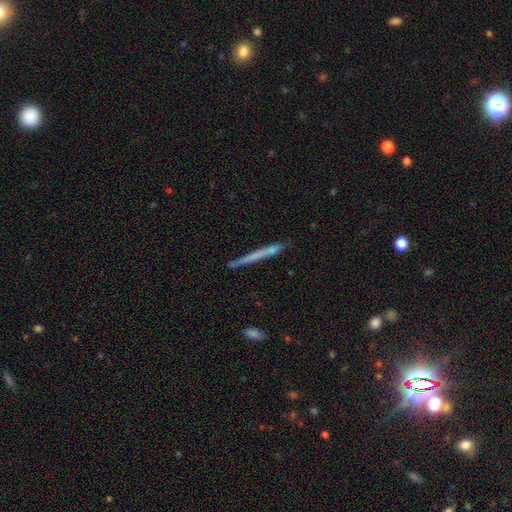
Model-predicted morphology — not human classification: Smooth or featured: smooth — 54% (featured or disk — 40%)
How rounded: cigar-shaped — 97% (in between — 2%)
Merging: none — 85% (minor disturbance — 11%)